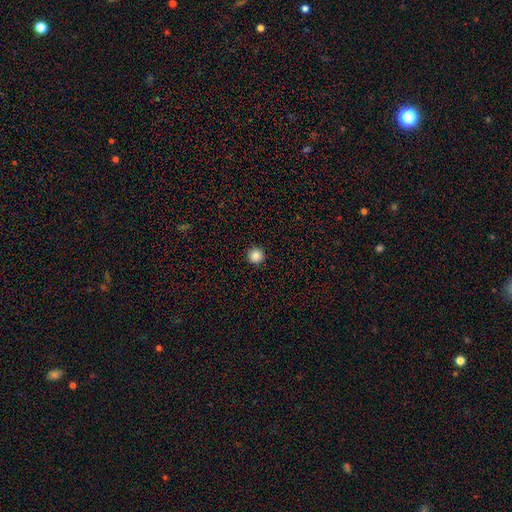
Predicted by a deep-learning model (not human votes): smooth-or-featured: smooth: 87% | star or artifact: 10% | featured or disk: 3%
  how-rounded: round: 97% | in between: 3% | cigar-shaped: 1%
  merging: none: 94% | minor disturbance: 4% | major disturbance: 1% | merger: 1%